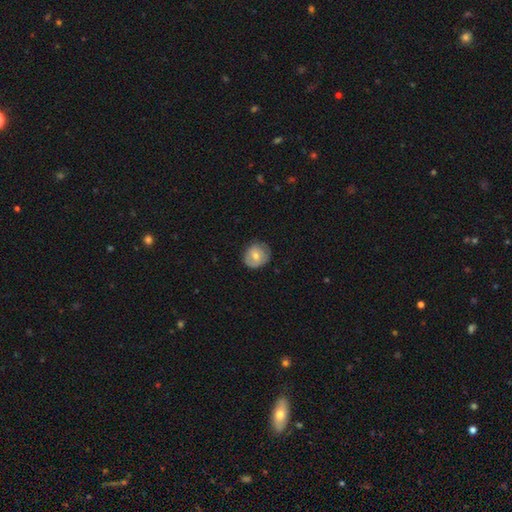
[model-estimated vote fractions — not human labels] This appears to be a smooth galaxy with no disk features (65%) that is round (76%). Merging: none (74%).